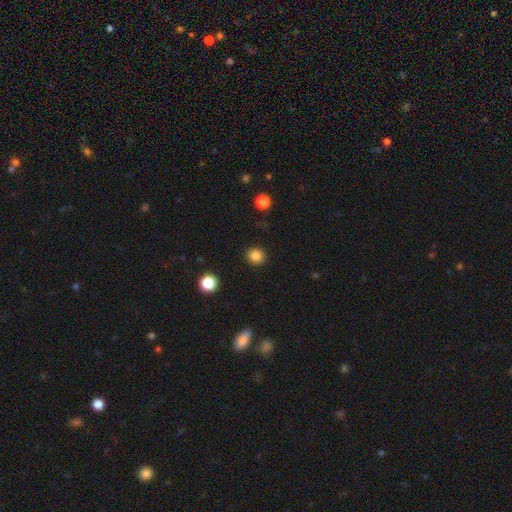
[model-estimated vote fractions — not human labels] This appears to be a smooth galaxy with no disk features (85%) that is round (83%). Merging: none (91%).